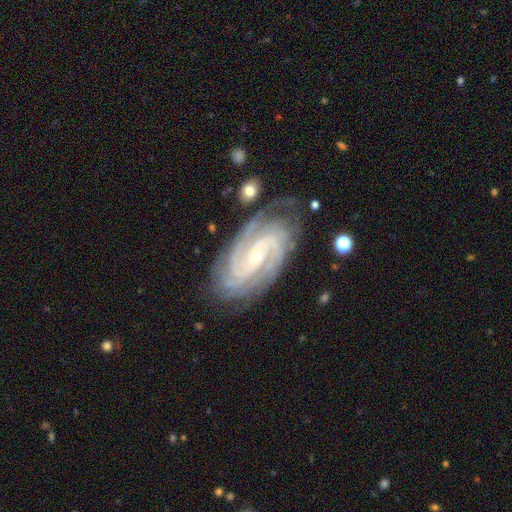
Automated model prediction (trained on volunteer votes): Morphology: type=featured or disk (92%); edge-on=no (96%); bar=no (41%); spiral arms=yes (99%); winding=tight (70%); arm count=3 (27%); bulge=small (70%); merging=none (77%).